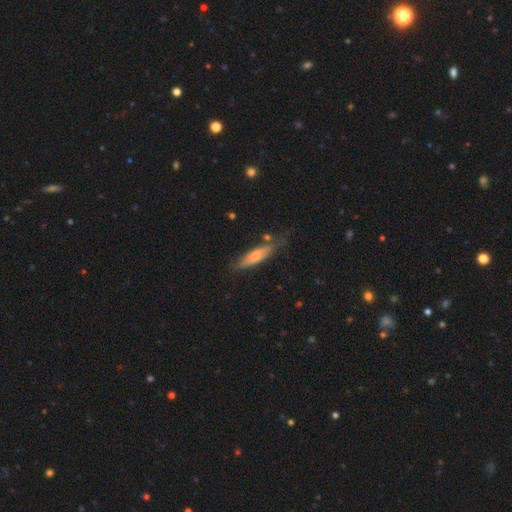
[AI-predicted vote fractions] Morphology: type=smooth (68%); roundness=cigar-shaped (70%); merging=none (63%).